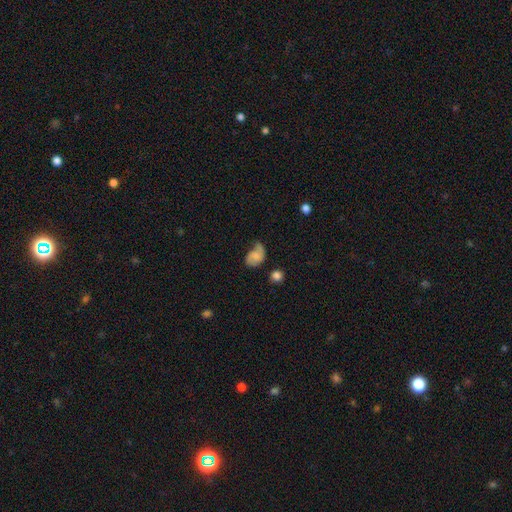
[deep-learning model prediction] This is possibly a smooth galaxy (56%). How rounded: likely in between (74%). Merging: marginally none (33%, tied with minor disturbance).